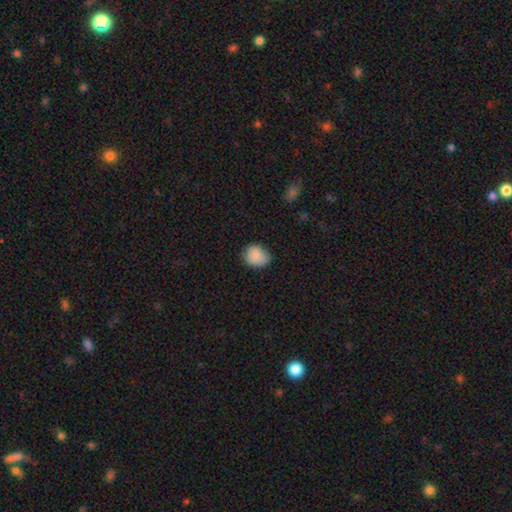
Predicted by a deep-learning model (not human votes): Q: Smooth or featured?
A: smooth (86%); runner-up: star or artifact (8%)
Q: How rounded?
A: round (61%); runner-up: in between (38%)
Q: Merging?
A: none (66%); runner-up: minor disturbance (27%)